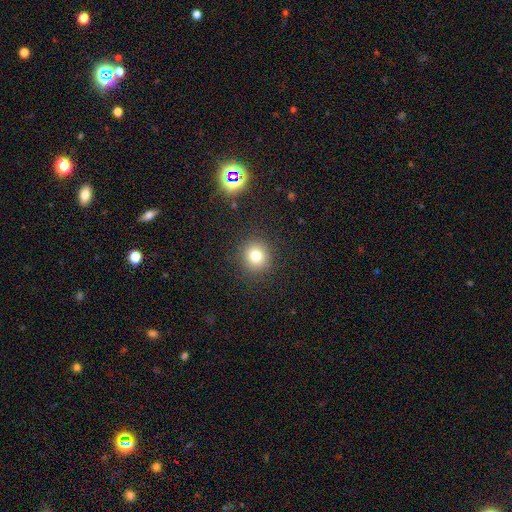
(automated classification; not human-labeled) Q: Smooth or featured?
A: smooth (78%); runner-up: star or artifact (14%)
Q: How rounded?
A: round (91%); runner-up: in between (8%)
Q: Merging?
A: none (89%); runner-up: minor disturbance (7%)